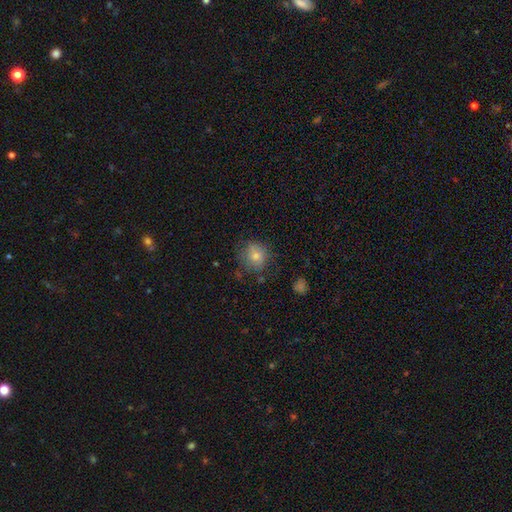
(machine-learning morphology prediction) Smooth or featured? Predicted: smooth (p=0.76). How rounded? Predicted: round (p=0.83). Merging? Predicted: none (p=0.67).